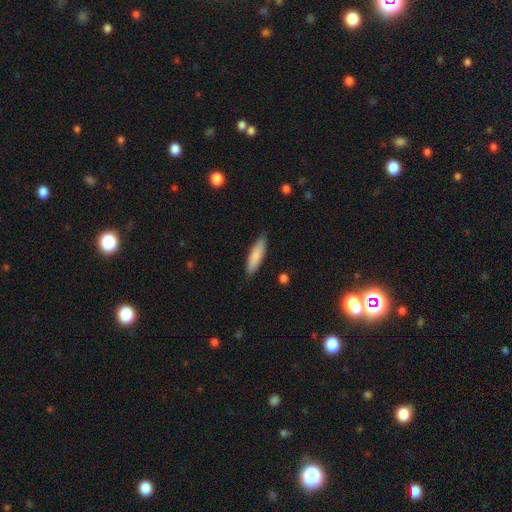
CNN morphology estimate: The model was most divided on "how rounded": cigar-shaped: 64%, in between: 35%, round: 1%. More confident: merging — none (87%); smooth or featured — smooth (83%).